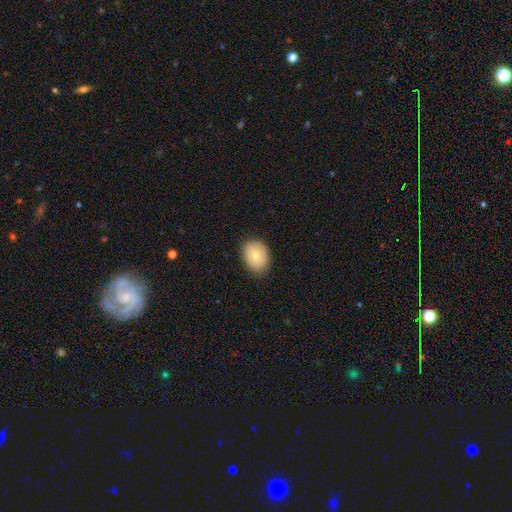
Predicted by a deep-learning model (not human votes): Smooth or featured? Predicted: smooth (p=0.75). How rounded? Predicted: in between (p=0.58). Merging? Predicted: none (p=0.85).